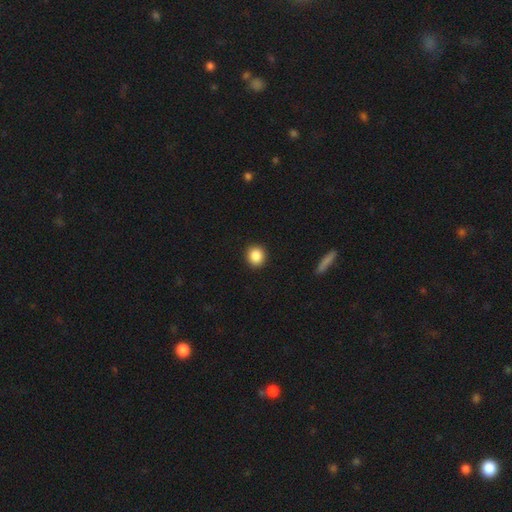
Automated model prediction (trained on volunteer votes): smooth_or_featured: smooth (p=0.88) [alt: star or artifact p=0.09]
how_rounded: round (p=0.87) [alt: in between p=0.12]
merging: none (p=0.92) [alt: minor disturbance p=0.05]